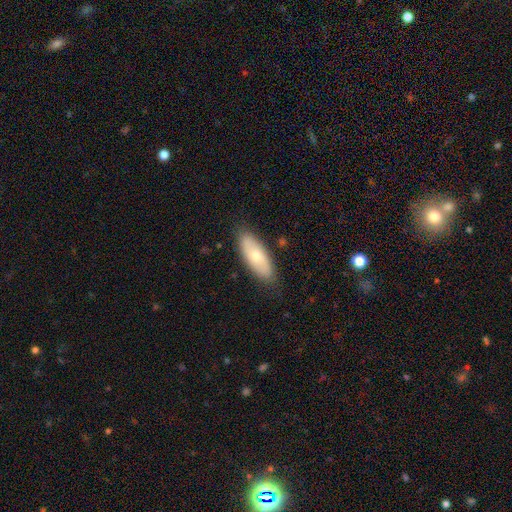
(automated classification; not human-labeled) Q: Smooth or featured?
A: smooth (65%); runner-up: featured or disk (29%)
Q: How rounded?
A: in between (74%); runner-up: cigar-shaped (24%)
Q: Merging?
A: none (84%); runner-up: minor disturbance (13%)